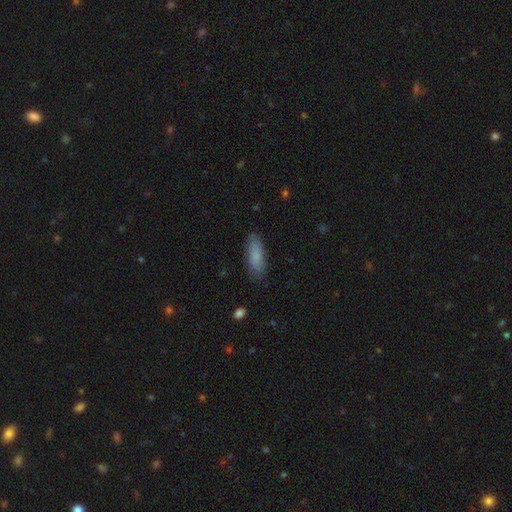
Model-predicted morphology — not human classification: A smooth galaxy with no disk features (82%) that is in between round and cigar-shaped (56%).

Vote fractions:
- Smooth or featured? smooth: 82% / featured or disk: 12% / star or artifact: 6%
- How rounded? in between: 56% / cigar-shaped: 43% / round: 2%
- Merging? none: 82% / minor disturbance: 14% / major disturbance: 3% / merger: 1%